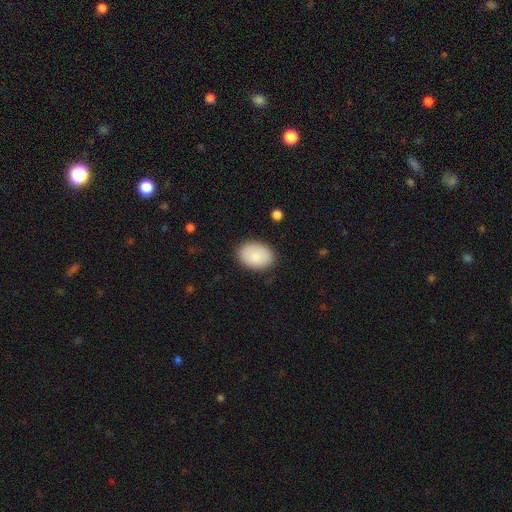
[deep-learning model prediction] The model was most divided on "how rounded": in between: 81%, round: 18%, cigar-shaped: 1%. More confident: smooth or featured — smooth (86%); merging — none (85%).